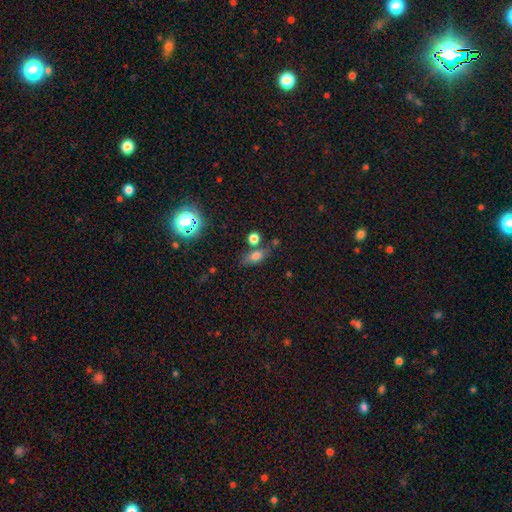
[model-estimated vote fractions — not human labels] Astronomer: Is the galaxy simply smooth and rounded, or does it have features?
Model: smooth — 70%.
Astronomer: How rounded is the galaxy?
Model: in between — 72%.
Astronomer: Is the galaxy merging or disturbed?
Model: none — 65%.